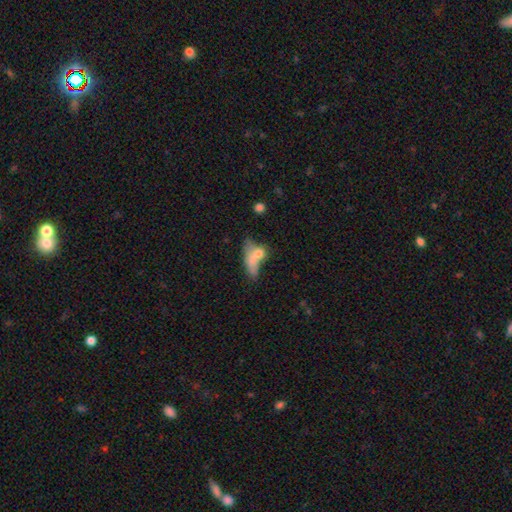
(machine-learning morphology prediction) A smooth galaxy with no disk features (64%) that is in between round and cigar-shaped (62%). Merging: merger (50%).